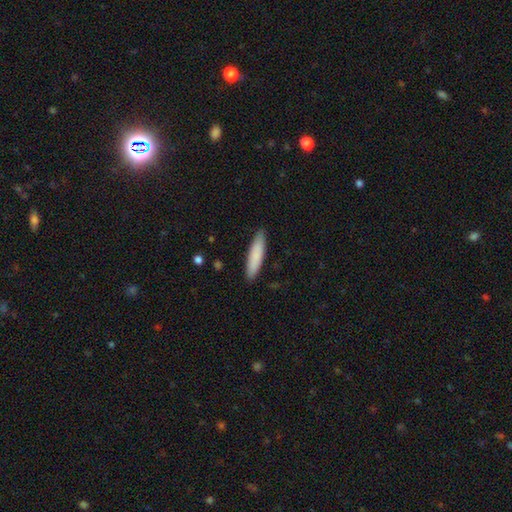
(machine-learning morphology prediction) type=smooth (84%); roundness=cigar-shaped (77%); merging=none (87%).